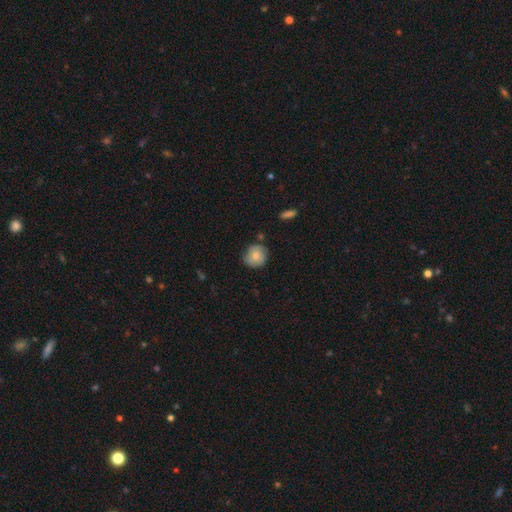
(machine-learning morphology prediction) This is likely a smooth galaxy (77%). How rounded: clearly round (88%). Merging: likely none (76%).